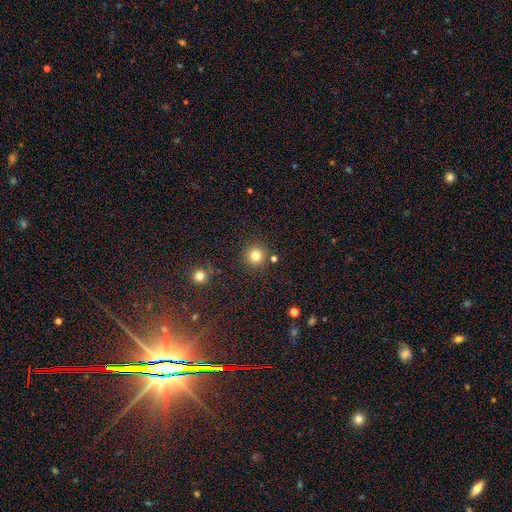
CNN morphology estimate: Smooth or featured? smooth (80%)
How rounded? round (95%)
Merging? none (86%)